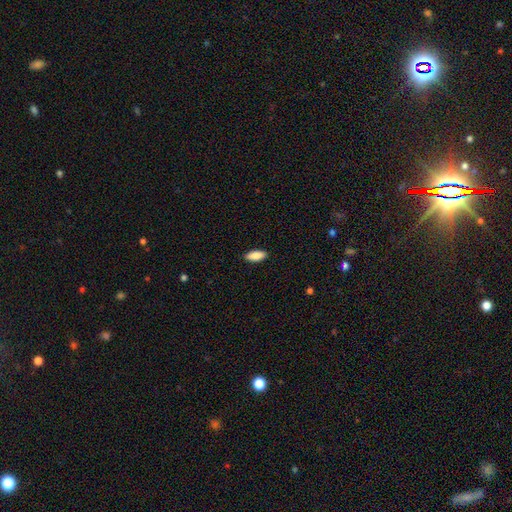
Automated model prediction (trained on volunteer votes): This appears to be a smooth galaxy with no disk features (86%) that is in between round and cigar-shaped (82%). Merging: none (90%).